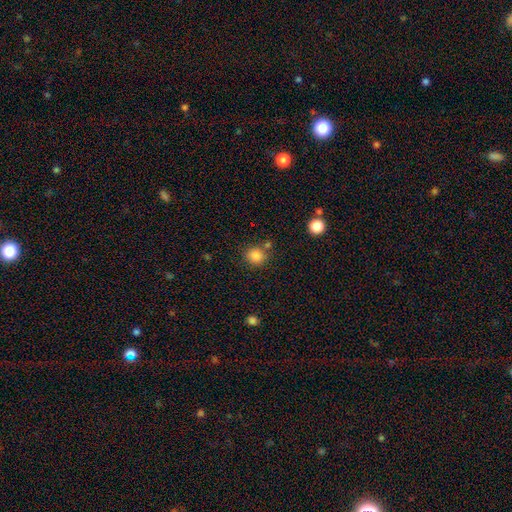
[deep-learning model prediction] Smooth or featured?
  - smooth: 85% *
  - star or artifact: 11%
  - featured or disk: 4%
How rounded?
  - round: 84% *
  - in between: 15%
  - cigar-shaped: 1%
Merging?
  - none: 75% *
  - merger: 11%
  - minor disturbance: 10%
  - major disturbance: 4%